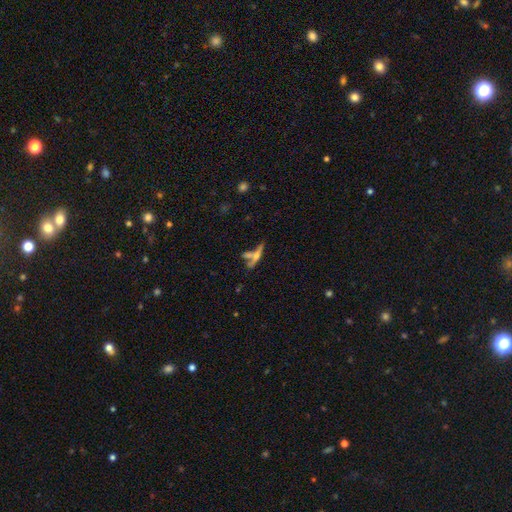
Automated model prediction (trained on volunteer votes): A featured or disk galaxy (55%) viewed edge-on (84%). Merging: none (46%).